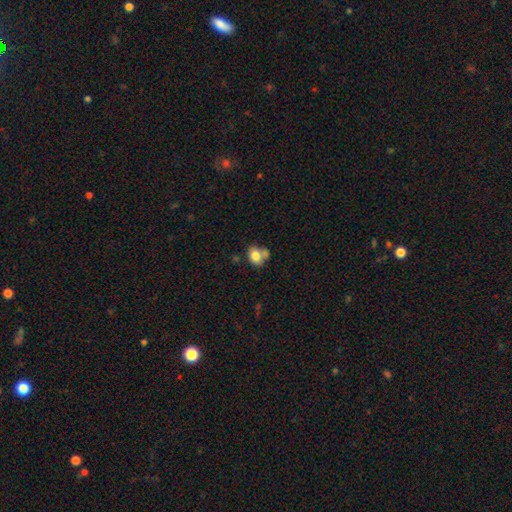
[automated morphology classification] Smooth or featured: smooth — 79% (featured or disk — 12%)
How rounded: round — 54% (in between — 45%)
Merging: none — 48% (merger — 29%)